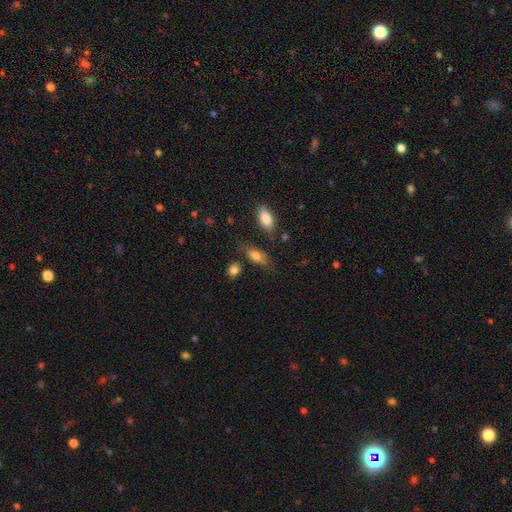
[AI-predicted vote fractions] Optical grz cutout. It shows a smooth galaxy with no disk features (74%) that is in between round and cigar-shaped (81%). Merging: none (63%).